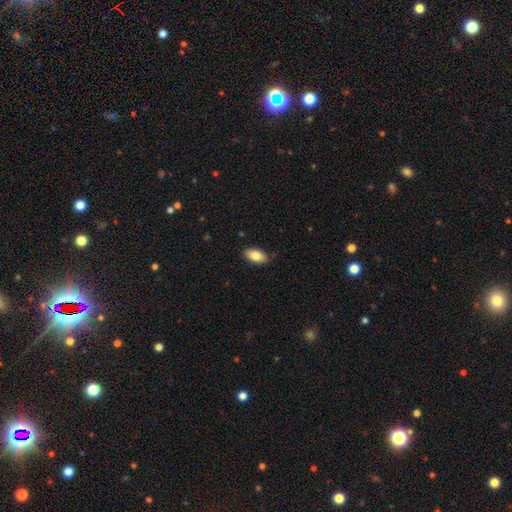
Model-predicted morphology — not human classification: A smooth galaxy with no disk features (83%) that is in between round and cigar-shaped (93%).

Vote fractions:
- Smooth or featured? smooth: 83% / featured or disk: 10% / star or artifact: 7%
- How rounded? in between: 93% / round: 4% / cigar-shaped: 3%
- Merging? none: 82% / minor disturbance: 14% / major disturbance: 2% / merger: 1%